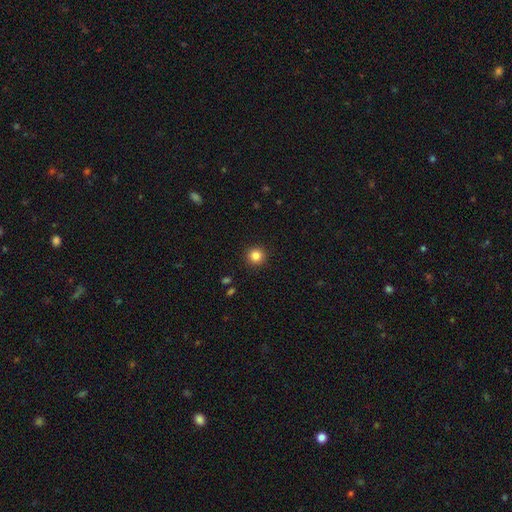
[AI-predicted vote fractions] Overall: smooth (85%). How rounded: round (95%). Merging: none (92%).